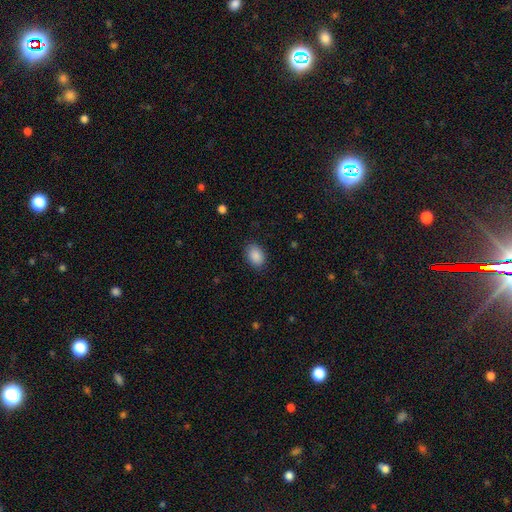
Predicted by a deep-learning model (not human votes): A smooth galaxy with no disk features (89%) that is in between round and cigar-shaped (83%).

Vote fractions:
- Smooth or featured? smooth: 89% / star or artifact: 7% / featured or disk: 4%
- How rounded? in between: 83% / round: 16% / cigar-shaped: 1%
- Merging? none: 86% / minor disturbance: 10% / major disturbance: 3% / merger: 1%